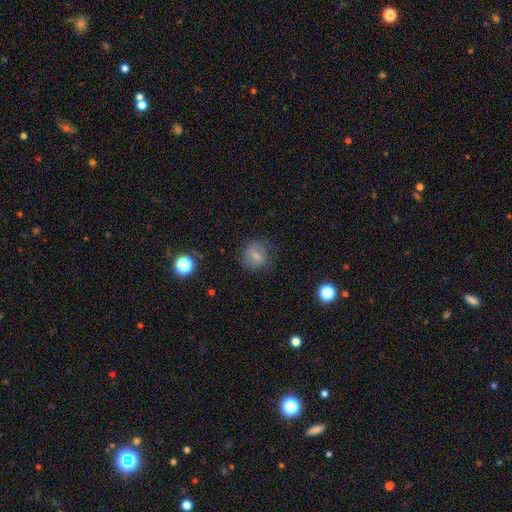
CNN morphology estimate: Smooth or featured: smooth — 64% (featured or disk — 23%)
How rounded: round — 73% (in between — 26%)
Merging: none — 70% (minor disturbance — 19%)